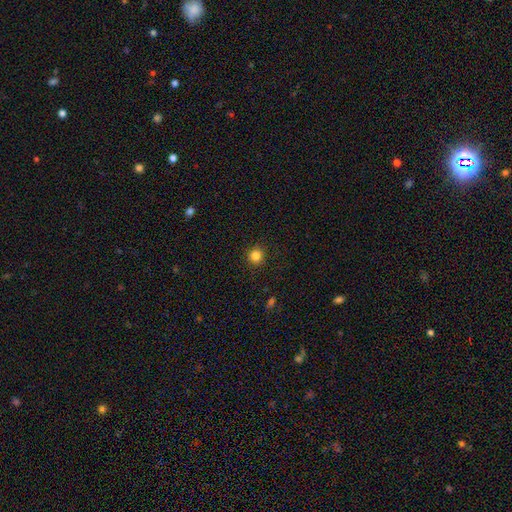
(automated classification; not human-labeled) The model was most divided on "smooth or featured": smooth: 83%, star or artifact: 12%, featured or disk: 5%. More confident: how rounded — round (94%); merging — none (92%).